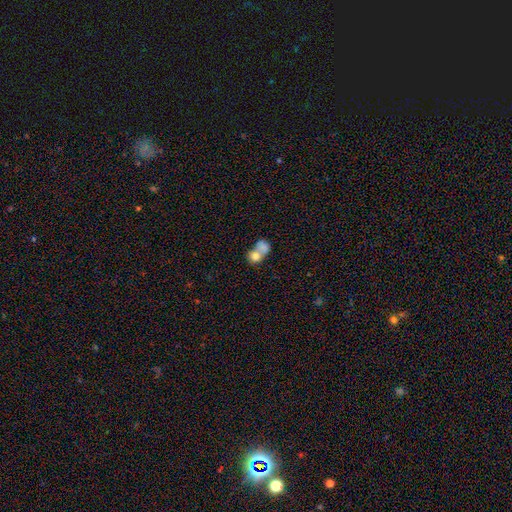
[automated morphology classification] Q: Smooth or featured?
A: smooth (74%); runner-up: featured or disk (17%)
Q: How rounded?
A: round (64%); runner-up: in between (35%)
Q: Merging?
A: merger (71%); runner-up: none (19%)